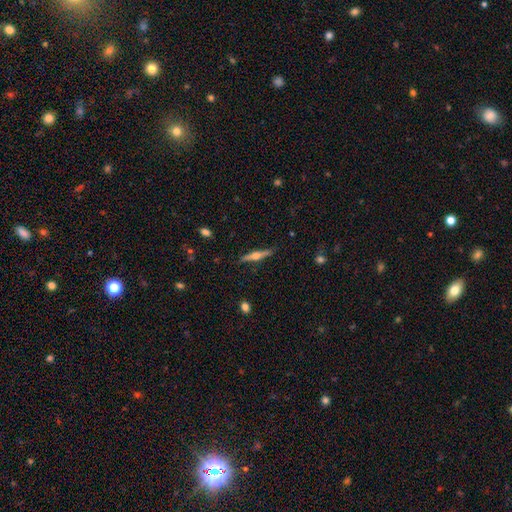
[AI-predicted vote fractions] This appears to be a featured or disk galaxy (68%) viewed edge-on (98%) with a rounded central bulge (93%). Merging: none (89%).